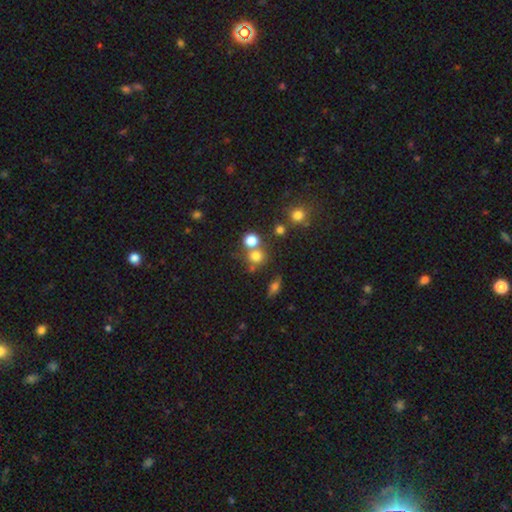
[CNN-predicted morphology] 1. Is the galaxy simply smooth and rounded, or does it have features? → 74% smooth, 17% star or artifact, 9% featured or disk.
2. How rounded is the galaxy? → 87% round, 12% in between, 1% cigar-shaped.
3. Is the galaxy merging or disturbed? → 59% none, 28% merger, 9% minor disturbance, 4% major disturbance.